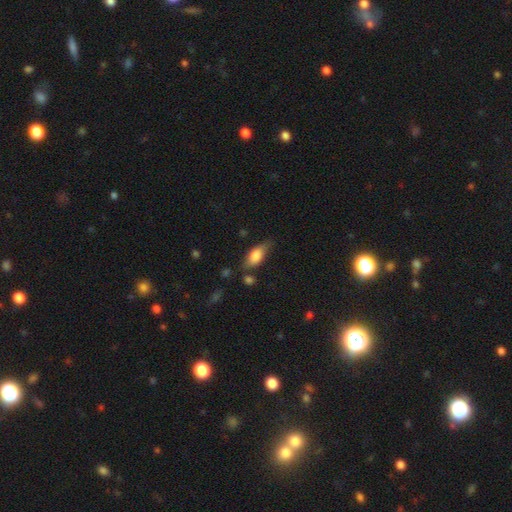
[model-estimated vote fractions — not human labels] Smooth or featured? Predicted: smooth (p=0.74). How rounded? Predicted: in between (p=0.82). Merging? Predicted: none (p=0.61).